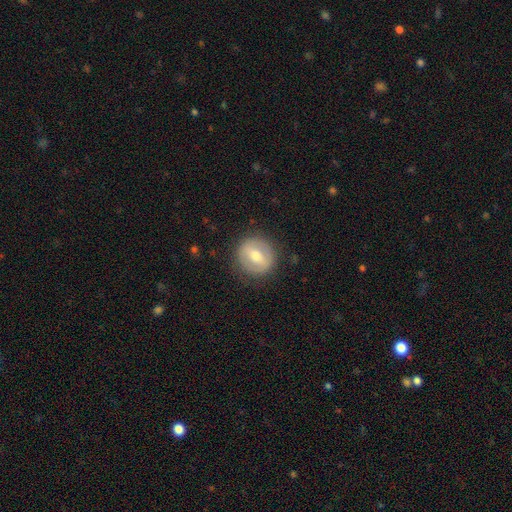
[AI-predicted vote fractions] A featured or disk galaxy (49%).

Vote fractions:
- Smooth or featured? featured or disk: 49% / smooth: 45% / star or artifact: 7%
- Merging? none: 85% / minor disturbance: 10% / major disturbance: 4% / merger: 1%